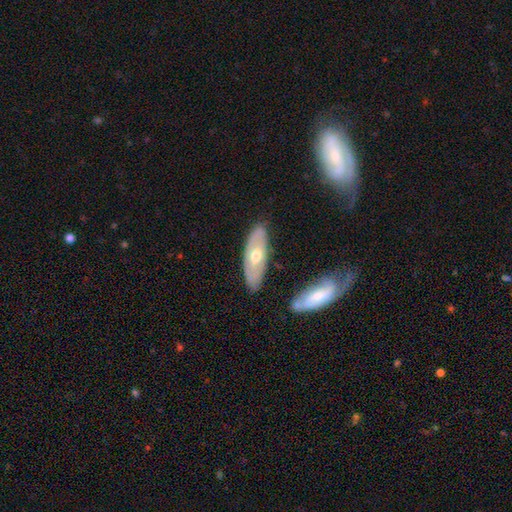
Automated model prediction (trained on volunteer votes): smooth-or-featured: featured or disk: 53% | smooth: 42% | star or artifact: 5%
  disk-edge-on: no: 73% | yes: 27%
  merging: none: 78% | minor disturbance: 14% | merger: 5% | major disturbance: 3%